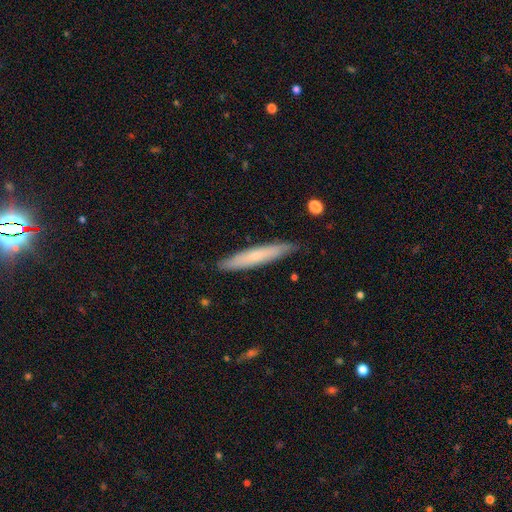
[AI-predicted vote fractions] Smooth or featured? Predicted: smooth (p=0.61). How rounded? Predicted: cigar-shaped (p=0.93). Merging? Predicted: none (p=0.87).